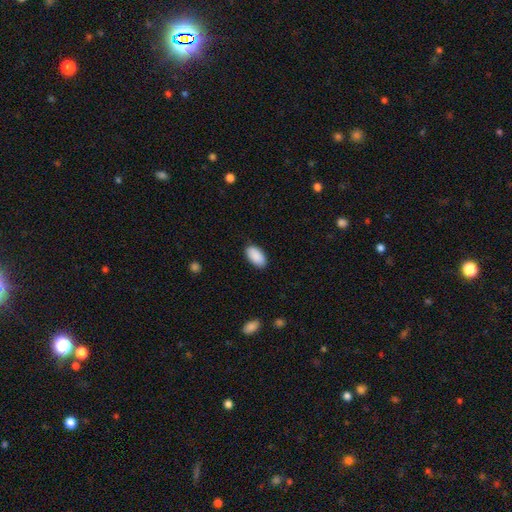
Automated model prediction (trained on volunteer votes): smooth-or-featured: smooth: 91% | star or artifact: 6% | featured or disk: 3%
  how-rounded: in between: 95% | round: 2% | cigar-shaped: 2%
  merging: none: 88% | minor disturbance: 9% | major disturbance: 2% | merger: 1%